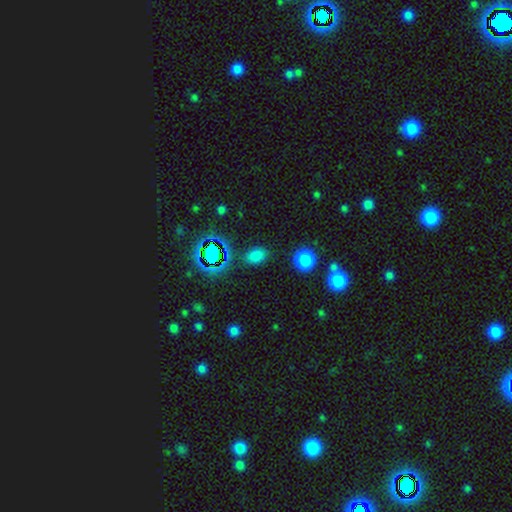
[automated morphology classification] type=smooth (72%); roundness=in between (80%); merging=none (82%).